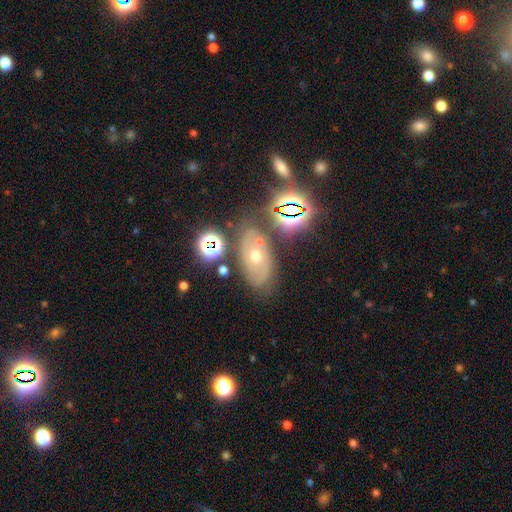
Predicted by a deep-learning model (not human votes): Smooth or featured?
  - featured or disk: 51% *
  - star or artifact: 28%
  - smooth: 21%
Edge-on disk?
  - no: 90% *
  - yes: 10%
Merging?
  - none: 72% *
  - minor disturbance: 15%
  - merger: 7%
  - major disturbance: 6%